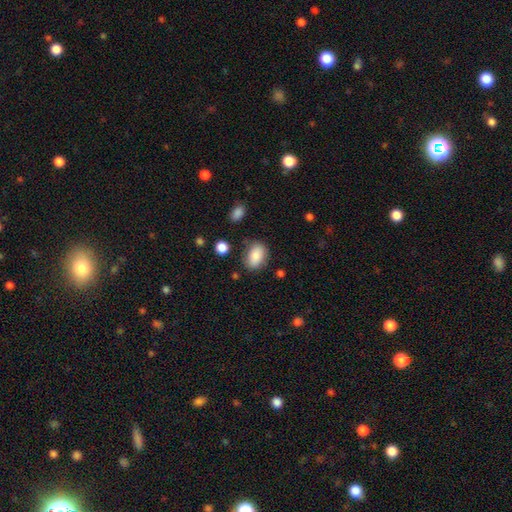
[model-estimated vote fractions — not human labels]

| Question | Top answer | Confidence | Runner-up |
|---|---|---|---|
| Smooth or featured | smooth | 86% | star or artifact (8%) |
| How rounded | in between | 84% | round (14%) |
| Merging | none | 73% | minor disturbance (18%) |